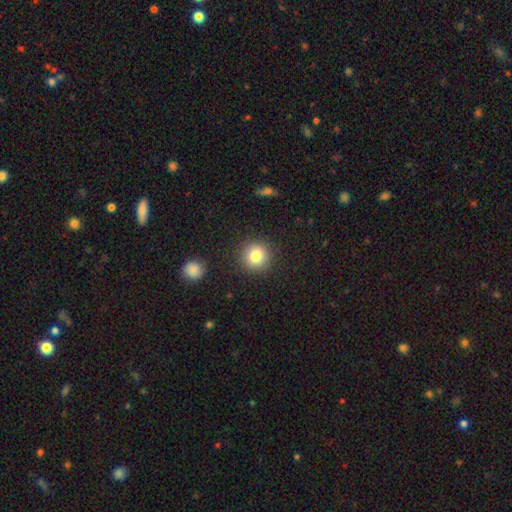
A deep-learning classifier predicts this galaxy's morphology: This appears to be a smooth galaxy with no disk features (81%) that is round (93%). Merging: none (90%).